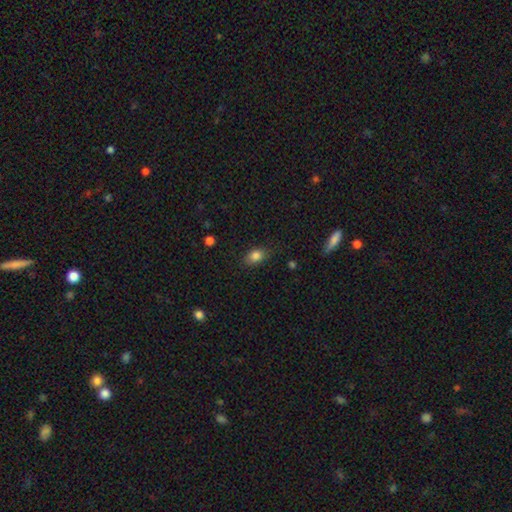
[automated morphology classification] Smooth or featured: smooth — 83% (star or artifact — 10%)
How rounded: in between — 78% (round — 19%)
Merging: none — 81% (minor disturbance — 15%)